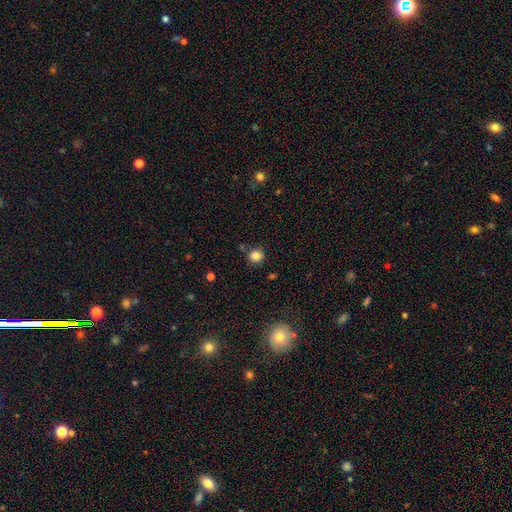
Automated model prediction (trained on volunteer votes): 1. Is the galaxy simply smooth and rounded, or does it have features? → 84% smooth, 12% star or artifact, 5% featured or disk.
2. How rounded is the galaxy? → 89% round, 10% in between, 1% cigar-shaped.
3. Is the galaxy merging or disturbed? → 83% none, 9% minor disturbance, 5% merger, 3% major disturbance.